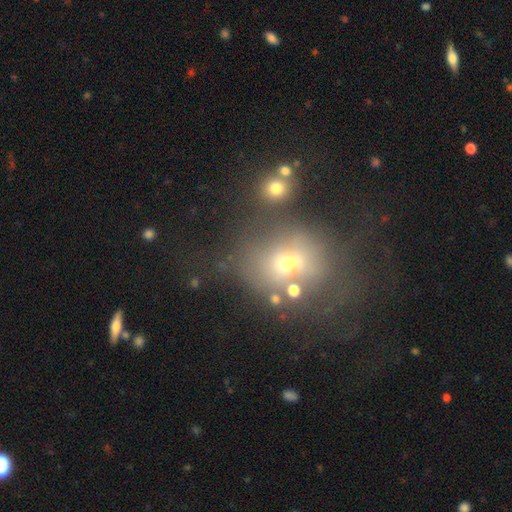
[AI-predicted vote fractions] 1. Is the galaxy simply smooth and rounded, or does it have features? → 50% smooth, 27% featured or disk, 23% star or artifact.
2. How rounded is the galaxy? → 62% round, 36% in between, 2% cigar-shaped.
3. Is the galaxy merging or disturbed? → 43% none, 22% major disturbance, 19% minor disturbance, 15% merger.